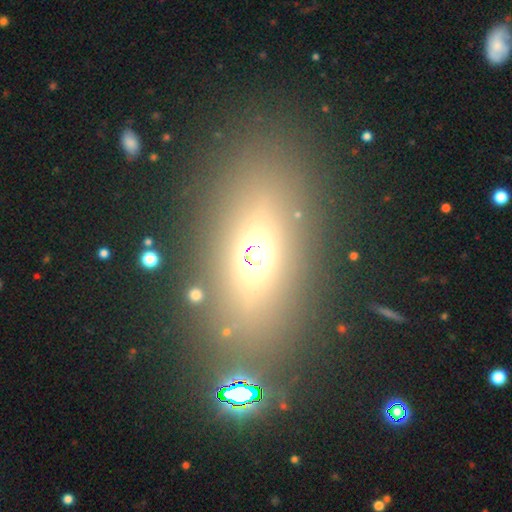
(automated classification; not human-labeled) This is possibly a smooth galaxy (56%). How rounded: likely in between (78%). Merging: clearly none (82%).